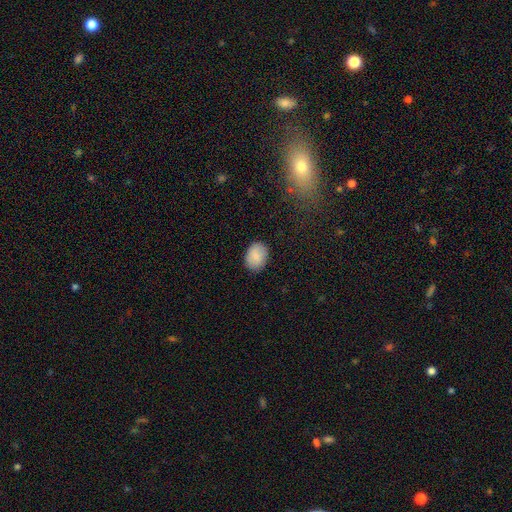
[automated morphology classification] Smooth or featured: smooth — 86% (star or artifact — 7%)
How rounded: in between — 67% (round — 32%)
Merging: none — 85% (minor disturbance — 11%)